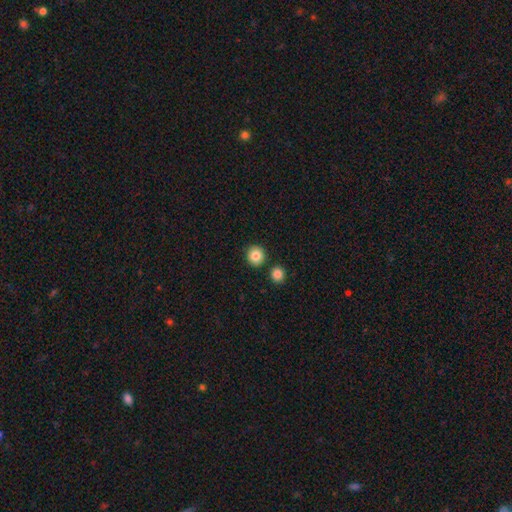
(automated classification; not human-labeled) Smooth or featured? smooth (85%)
How rounded? round (92%)
Merging? none (86%)